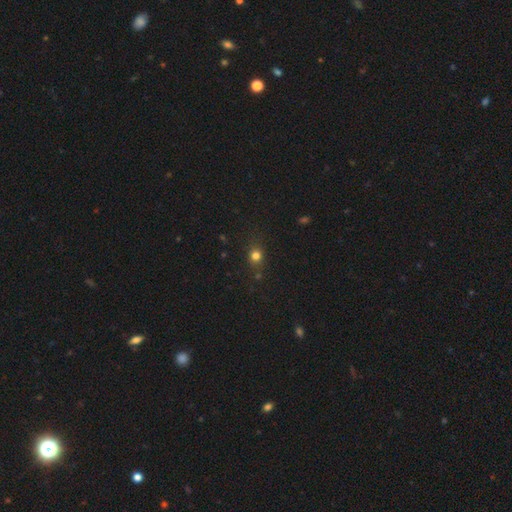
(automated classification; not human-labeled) Overall: smooth (76%). How rounded: round (79%). Merging: none (79%).